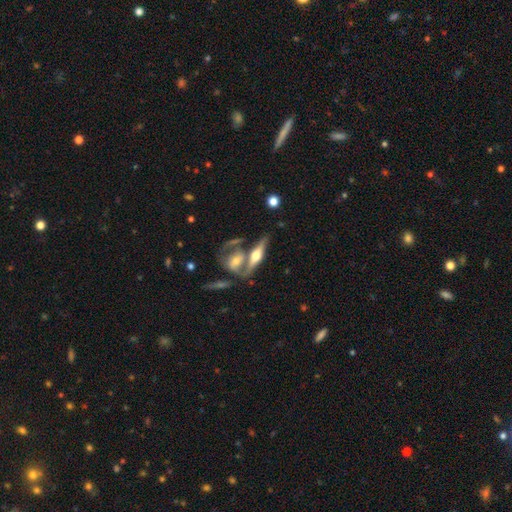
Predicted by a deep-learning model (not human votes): Morphology: type=featured or disk (67%); edge-on=yes (88%); edge-on bulge=rounded (93%); merging=none (49%).